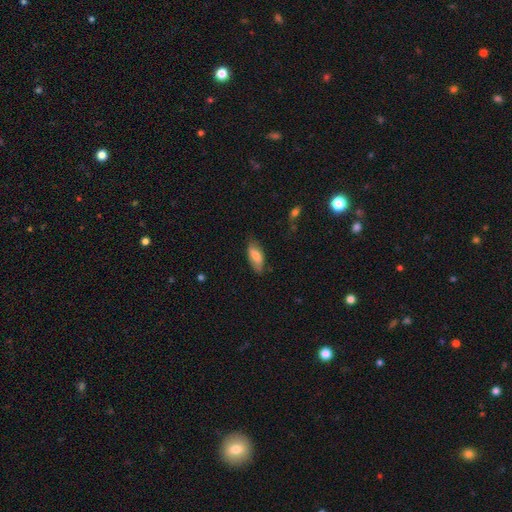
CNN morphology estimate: The model was most divided on "merging": none: 72%, minor disturbance: 22%, major disturbance: 4%, merger: 1%. More confident: how rounded — in between (82%); smooth or featured — smooth (77%).